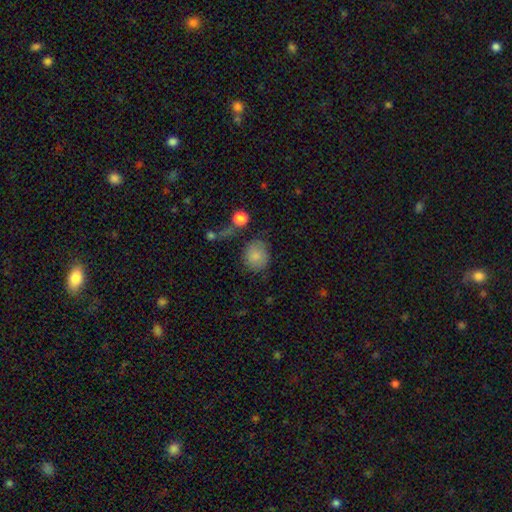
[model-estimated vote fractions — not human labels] smooth 83%, star or artifact 9%, featured or disk 9%. Down the decision tree: how rounded — round (78%); merging — none (70%).